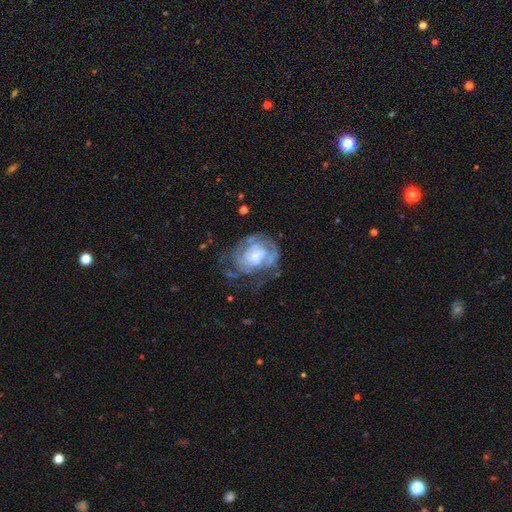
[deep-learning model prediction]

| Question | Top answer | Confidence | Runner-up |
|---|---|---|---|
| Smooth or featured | featured or disk | 75% | smooth (18%) |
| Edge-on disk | no | 98% | yes (2%) |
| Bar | no | 61% | weak (31%) |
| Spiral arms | yes | 78% | no (22%) |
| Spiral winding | tight | 60% | medium (30%) |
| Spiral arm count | can't tell | 51% | 2 (22%) |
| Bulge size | small | 52% | moderate (23%) |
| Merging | none | 48% | major disturbance (25%) |